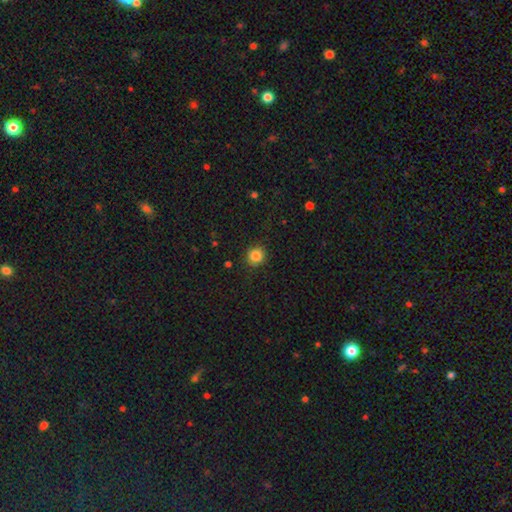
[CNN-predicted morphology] A smooth galaxy with no disk features (85%) that is round (86%).

Vote fractions:
- Smooth or featured? smooth: 85% / star or artifact: 10% / featured or disk: 4%
- How rounded? round: 86% / in between: 14% / cigar-shaped: 1%
- Merging? none: 89% / minor disturbance: 7% / major disturbance: 2% / merger: 1%